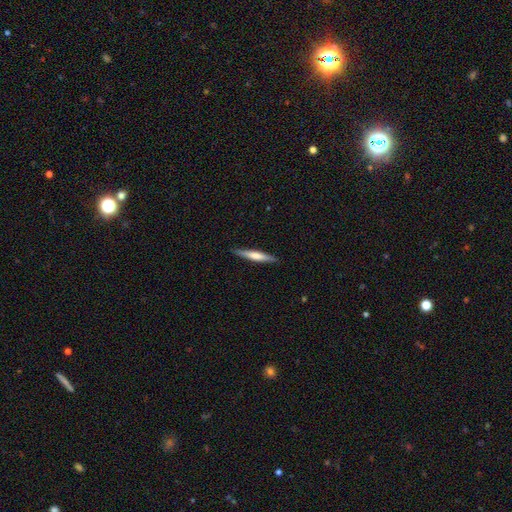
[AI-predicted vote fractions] Q: Smooth or featured?
A: smooth (49%); runner-up: featured or disk (45%)
Q: Merging?
A: none (89%); runner-up: minor disturbance (8%)